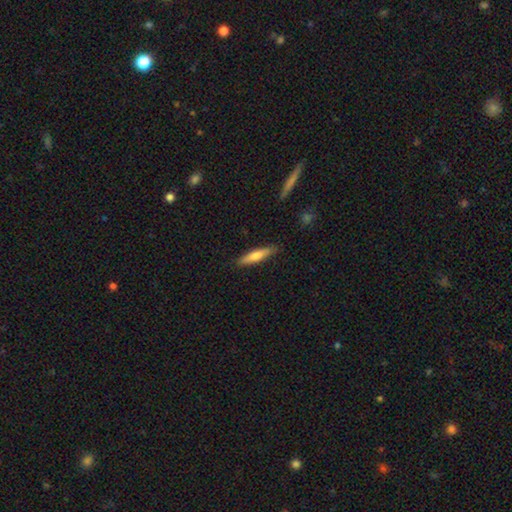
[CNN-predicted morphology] The model was most divided on "smooth or featured": smooth: 67%, featured or disk: 27%, star or artifact: 6%. More confident: merging — none (88%); how rounded — cigar-shaped (81%).